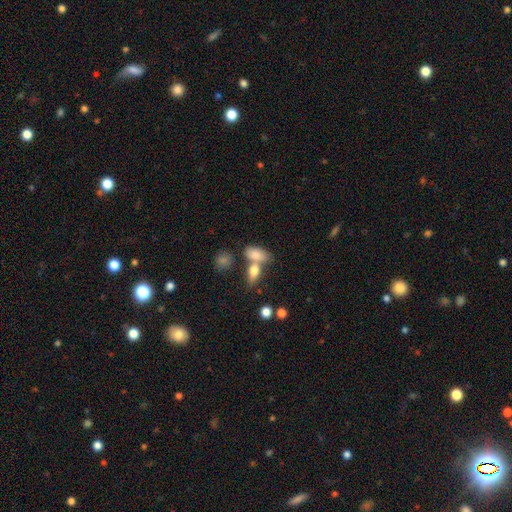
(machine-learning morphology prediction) smooth-or-featured: smooth: 79% | featured or disk: 14% | star or artifact: 8%
  how-rounded: in between: 85% | cigar-shaped: 9% | round: 7%
  merging: merger: 46% | none: 39% | minor disturbance: 10% | major disturbance: 4%